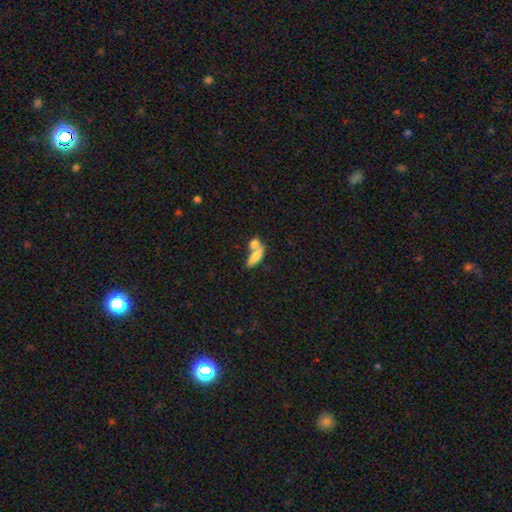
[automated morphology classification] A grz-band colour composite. It shows a smooth galaxy with no disk features (72%) that is in between round and cigar-shaped (66%). Merging: merger (57%).